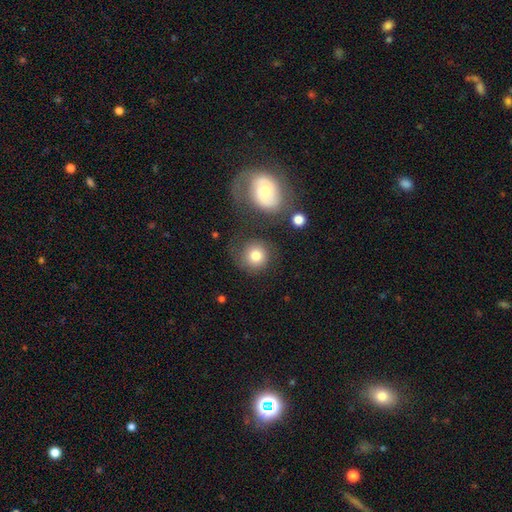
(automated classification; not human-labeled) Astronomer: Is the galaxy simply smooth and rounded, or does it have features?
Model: smooth — 77%.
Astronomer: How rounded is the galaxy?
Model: round — 89%.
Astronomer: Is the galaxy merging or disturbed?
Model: none — 69%.